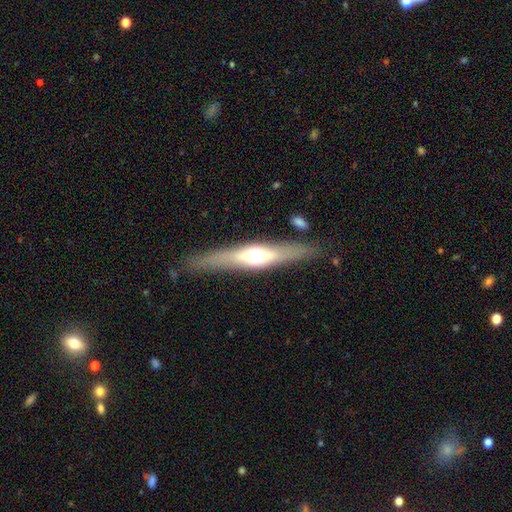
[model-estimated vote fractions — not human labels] Overall: featured or disk (57%; smooth 37%). Edge-on disk: yes (89%). Edge-on bulge: rounded (91%). Merging: none (84%).